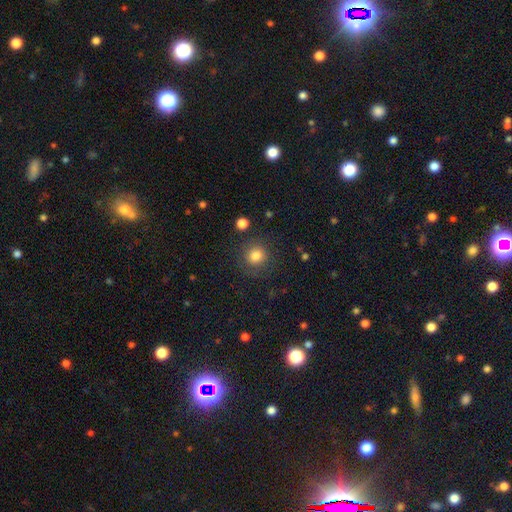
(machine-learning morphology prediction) smooth-or-featured: smooth: 82% | star or artifact: 11% | featured or disk: 6%
  how-rounded: round: 91% | in between: 8% | cigar-shaped: 1%
  merging: none: 85% | minor disturbance: 9% | major disturbance: 4% | merger: 2%